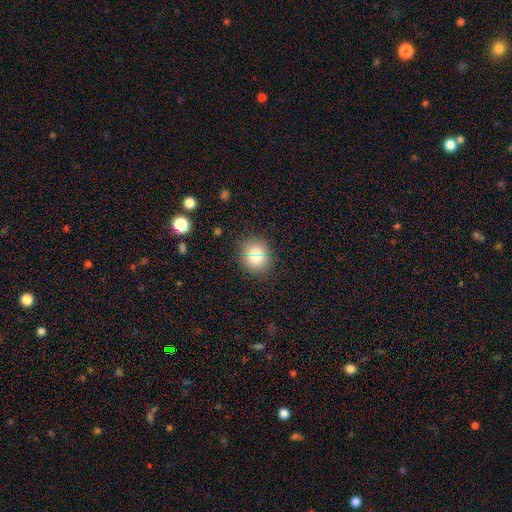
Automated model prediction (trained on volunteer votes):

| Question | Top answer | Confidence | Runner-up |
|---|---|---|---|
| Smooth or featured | smooth | 78% | star or artifact (14%) |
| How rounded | round | 79% | in between (20%) |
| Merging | none | 85% | minor disturbance (10%) |